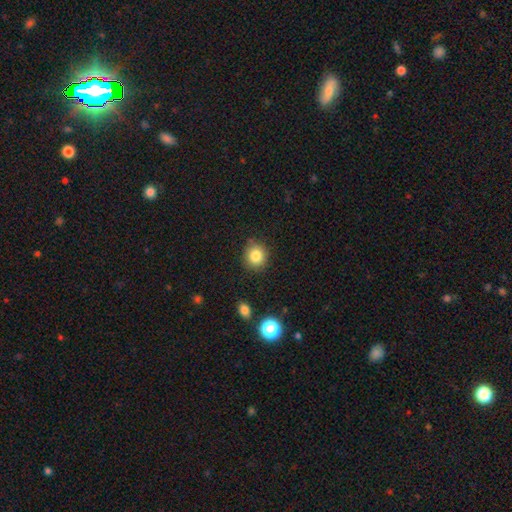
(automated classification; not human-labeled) This appears to be a smooth galaxy with no disk features (83%) that is round (85%). Merging: none (87%).